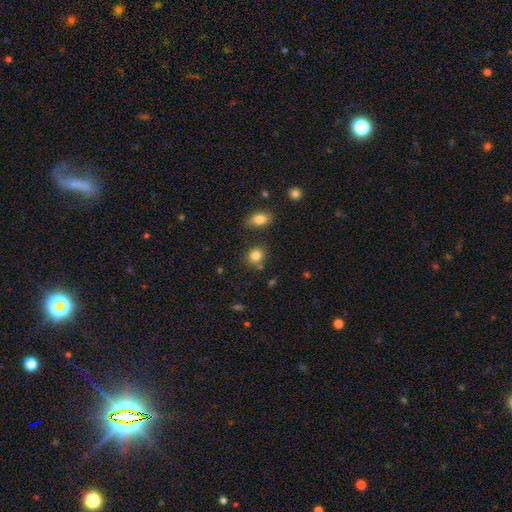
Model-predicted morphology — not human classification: A smooth galaxy with no disk features (83%) that is round (66%).

Vote fractions:
- Smooth or featured? smooth: 83% / star or artifact: 11% / featured or disk: 6%
- How rounded? round: 66% / in between: 33% / cigar-shaped: 1%
- Merging? none: 74% / minor disturbance: 13% / merger: 10% / major disturbance: 4%